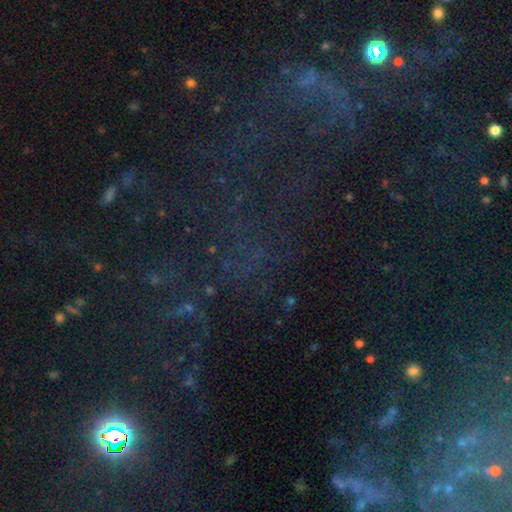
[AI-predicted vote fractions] star or artifact 75%, smooth 13%, featured or disk 12%.